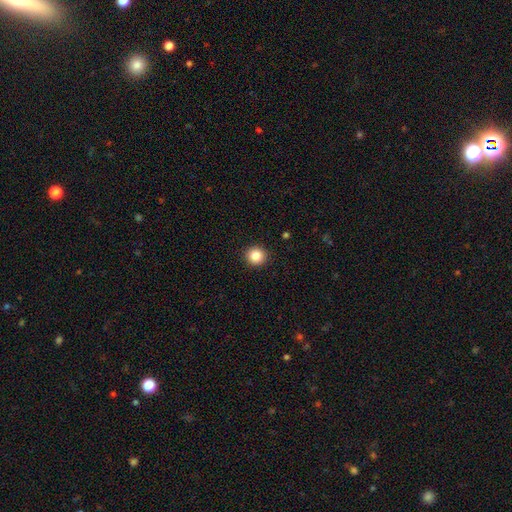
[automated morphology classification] smooth 86%, star or artifact 10%, featured or disk 4%. Down the decision tree: how rounded — round (94%); merging — none (92%).